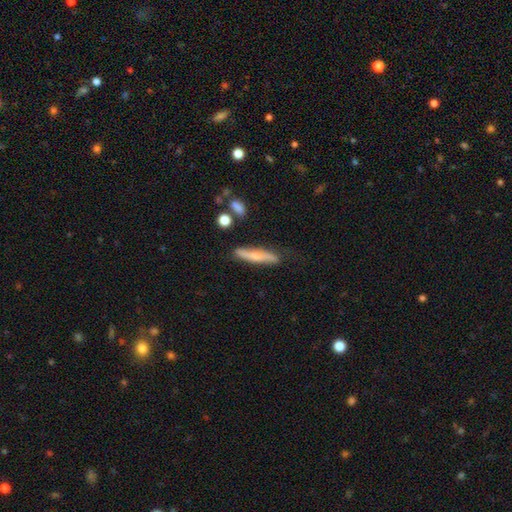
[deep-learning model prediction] A smooth galaxy with no disk features (54%) that is cigar-shaped (89%). Merging: none (75%).